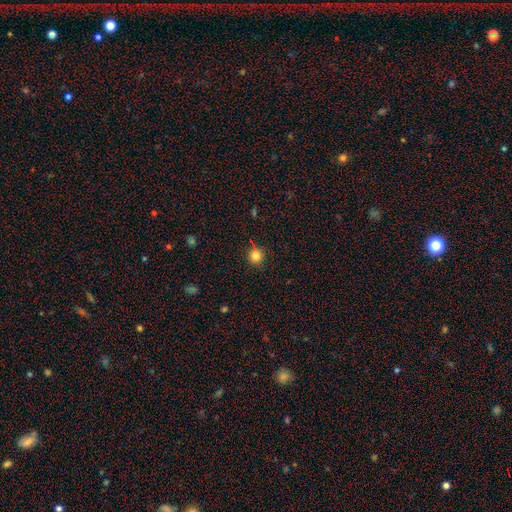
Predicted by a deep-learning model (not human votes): A smooth galaxy with no disk features (82%) that is round (94%).

Vote fractions:
- Smooth or featured? smooth: 82% / star or artifact: 13% / featured or disk: 5%
- How rounded? round: 94% / in between: 5% / cigar-shaped: 1%
- Merging? none: 87% / minor disturbance: 9% / major disturbance: 2% / merger: 2%